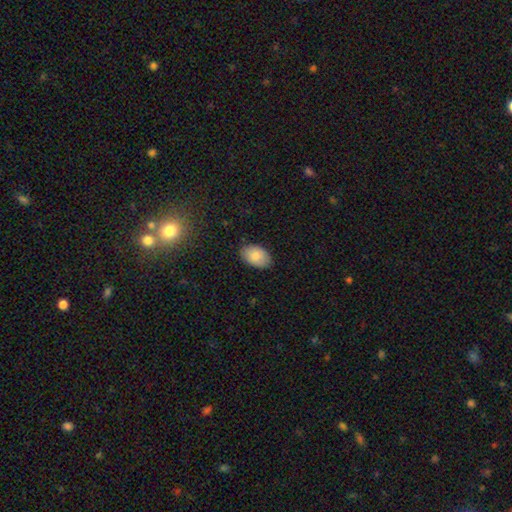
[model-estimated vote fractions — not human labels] Smooth or featured? Predicted: smooth (p=0.86). How rounded? Predicted: in between (p=0.90). Merging? Predicted: none (p=0.84).